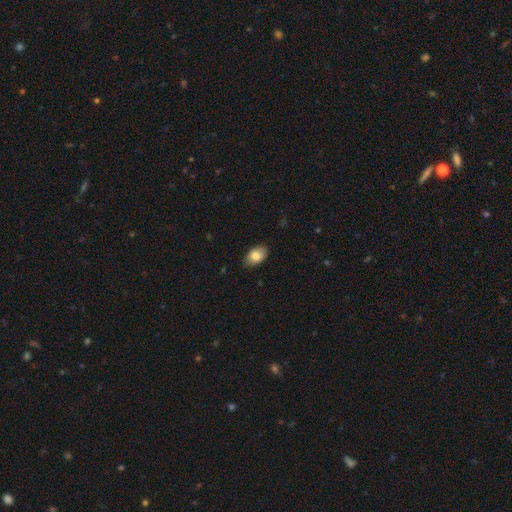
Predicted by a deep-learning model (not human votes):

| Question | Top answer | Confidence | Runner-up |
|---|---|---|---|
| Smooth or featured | smooth | 84% | featured or disk (9%) |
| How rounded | in between | 91% | round (7%) |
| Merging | none | 85% | minor disturbance (12%) |